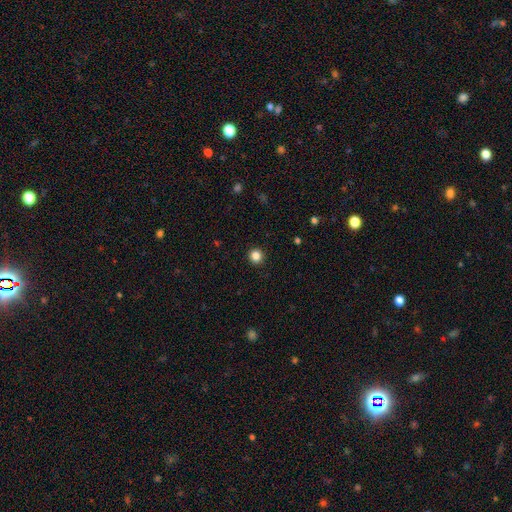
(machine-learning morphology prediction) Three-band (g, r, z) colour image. It shows a smooth galaxy with no disk features (84%) that is round (94%). Merging: none (93%).